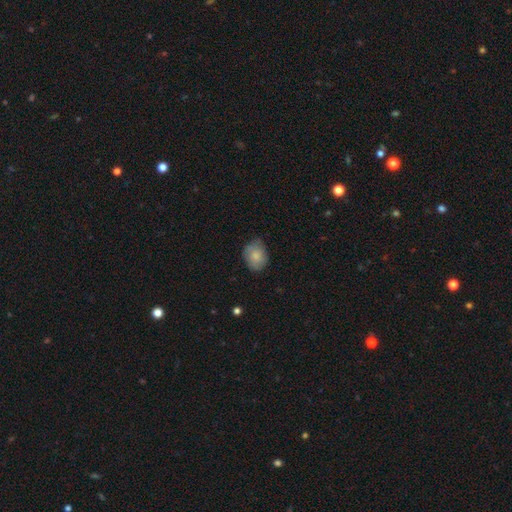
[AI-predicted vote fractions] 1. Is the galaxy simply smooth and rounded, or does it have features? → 79% smooth, 14% featured or disk, 7% star or artifact.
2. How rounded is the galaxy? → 51% in between, 48% round, 1% cigar-shaped.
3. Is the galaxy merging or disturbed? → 69% none, 25% minor disturbance, 5% major disturbance, 1% merger.